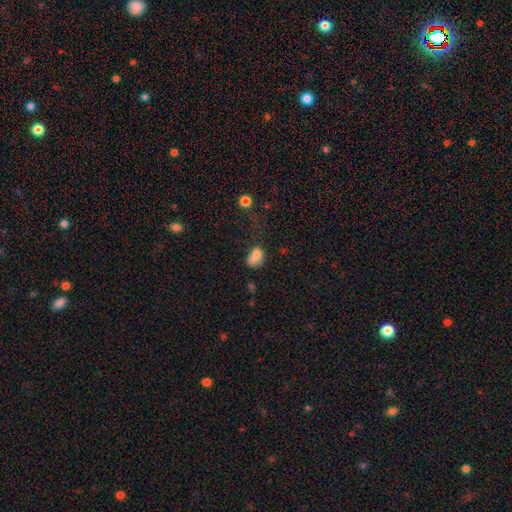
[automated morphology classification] Overall: smooth (78%). How rounded: in between (76%). Merging: none (33%; minor disturbance 31%).